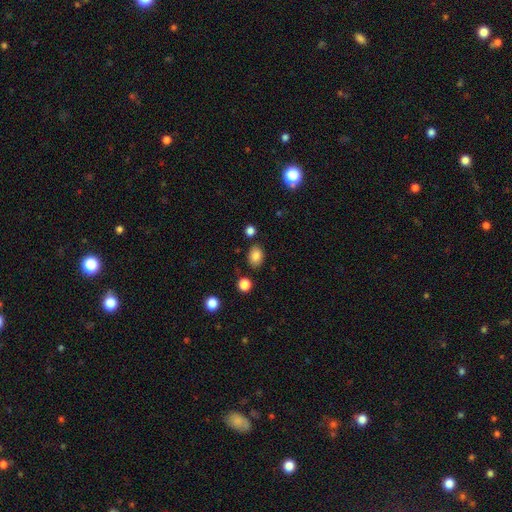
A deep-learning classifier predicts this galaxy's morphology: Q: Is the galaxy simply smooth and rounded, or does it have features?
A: smooth — 84%.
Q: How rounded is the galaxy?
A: in between — 75%.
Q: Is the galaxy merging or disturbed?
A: none — 81%.